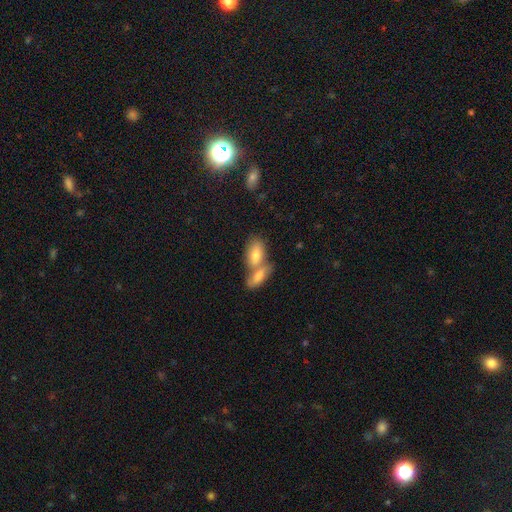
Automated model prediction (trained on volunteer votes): A smooth galaxy with no disk features (75%) that is in between round and cigar-shaped (87%).

Vote fractions:
- Smooth or featured? smooth: 75% / featured or disk: 16% / star or artifact: 9%
- How rounded? in between: 87% / cigar-shaped: 8% / round: 5%
- Merging? merger: 56% / none: 33% / minor disturbance: 8% / major disturbance: 3%